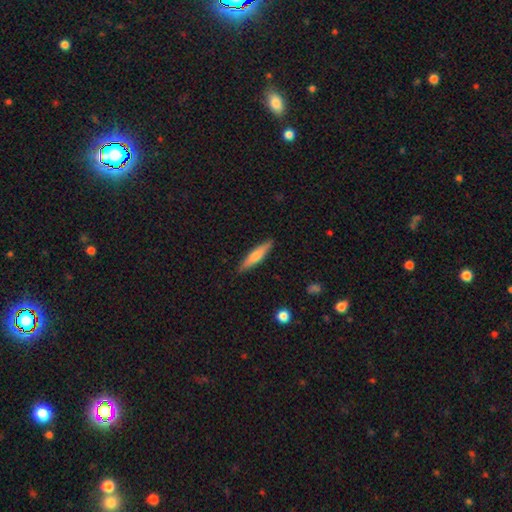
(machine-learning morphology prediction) smooth 60%, featured or disk 34%, star or artifact 6%. Down the decision tree: how rounded — cigar-shaped (87%); merging — none (90%).